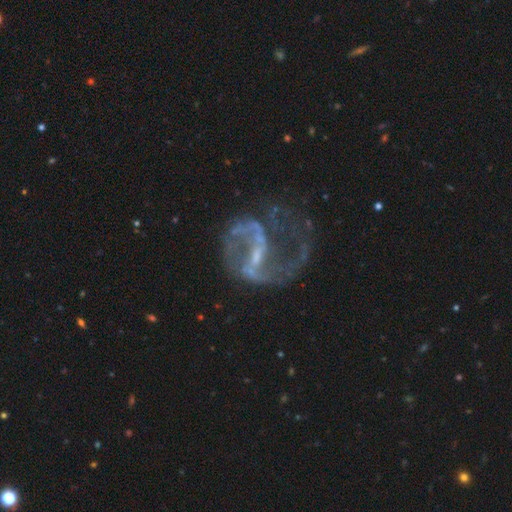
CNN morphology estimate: Smooth or featured: featured or disk — 88% (star or artifact — 8%)
Edge-on disk: no — 98% (yes — 2%)
Bar: weak — 45% (strong — 39%)
Spiral arms: yes — 92% (no — 8%)
Spiral winding: loose — 57% (medium — 35%)
Spiral arm count: 2 — 82% (1 — 8%)
Bulge size: small — 65% (none — 18%)
Merging: none — 44% (major disturbance — 34%)